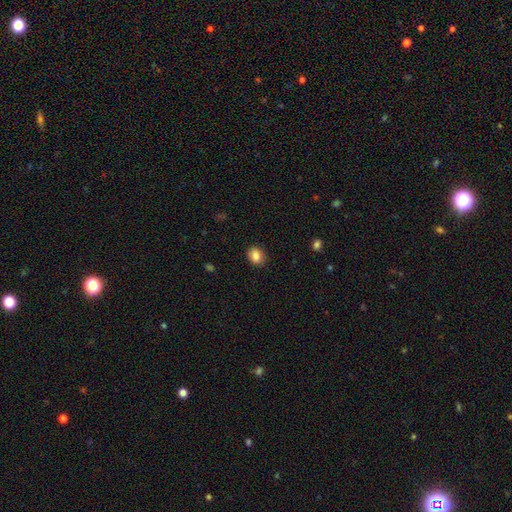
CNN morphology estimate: The model was most divided on "how rounded": in between: 56%, round: 43%, cigar-shaped: 1%. More confident: merging — none (87%); smooth or featured — smooth (87%).